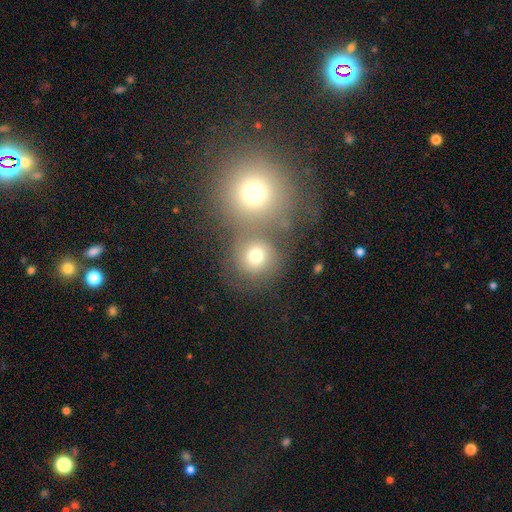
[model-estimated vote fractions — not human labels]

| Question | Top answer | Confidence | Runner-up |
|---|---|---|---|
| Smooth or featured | smooth | 72% | featured or disk (15%) |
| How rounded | round | 85% | in between (14%) |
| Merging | merger | 46% | none (42%) |